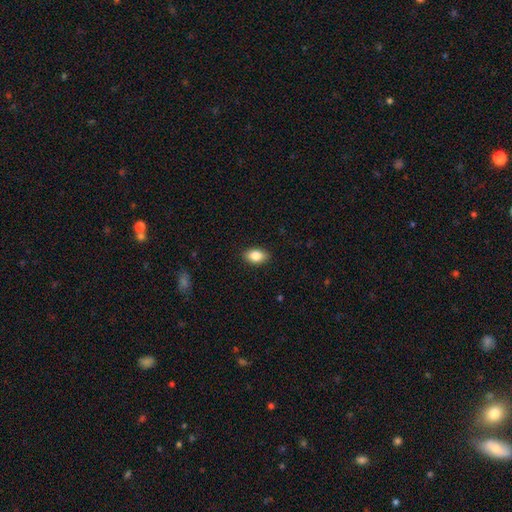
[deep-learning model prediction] A smooth galaxy with no disk features (85%) that is in between round and cigar-shaped (87%).

Vote fractions:
- Smooth or featured? smooth: 85% / star or artifact: 8% / featured or disk: 7%
- How rounded? in between: 87% / round: 11% / cigar-shaped: 2%
- Merging? none: 89% / minor disturbance: 8% / major disturbance: 2% / merger: 1%